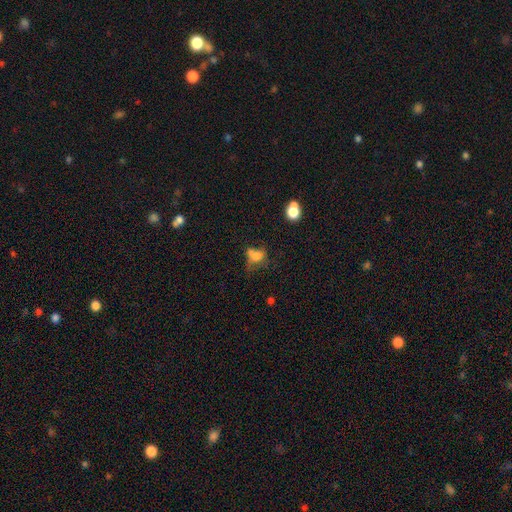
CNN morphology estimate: The model was most divided on "merging": merger: 34%, none: 29%, minor disturbance: 19%, major disturbance: 18%. More confident: smooth or featured — smooth (67%); how rounded — in between (52%).